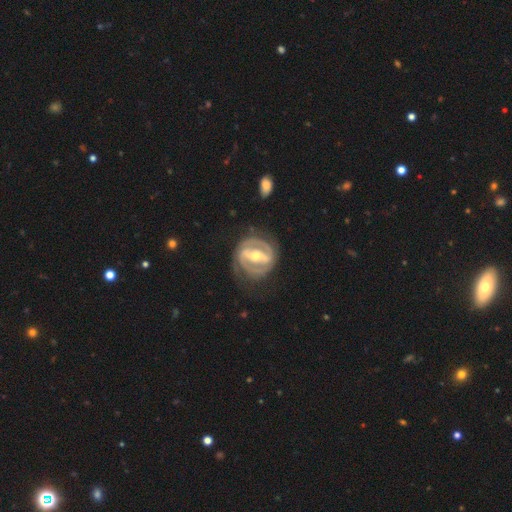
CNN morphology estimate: This appears to be a featured or disk galaxy (87%) with a strong bar (75%), 2 (81%) tight (62%) spiral arms (83%) and a moderate central bulge (68%). Merging: none (75%).